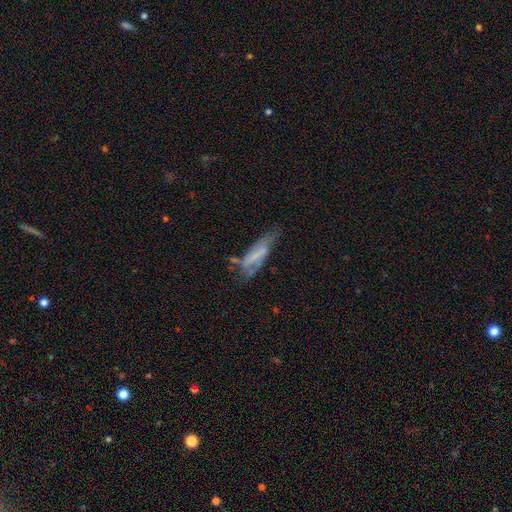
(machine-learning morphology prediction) This is possibly a featured or disk galaxy (50%). It is likely not viewed edge-on (71%). Merging: marginally none (39%).